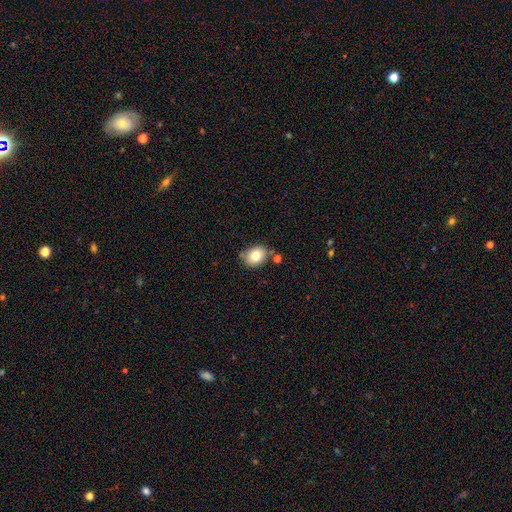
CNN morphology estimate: type=smooth (78%); roundness=in between (51%); merging=none (73%).